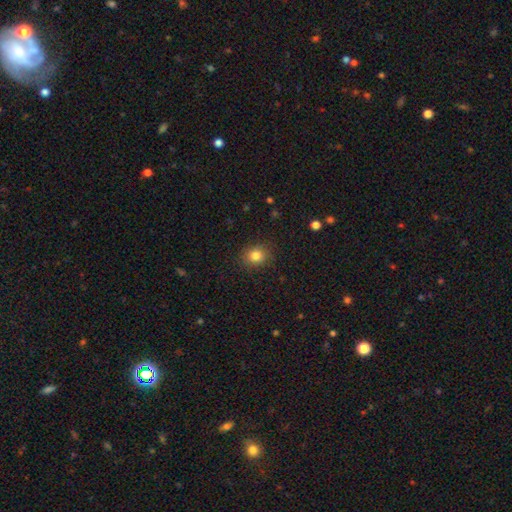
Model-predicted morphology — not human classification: This appears to be a smooth galaxy with no disk features (83%) that is round (68%). Merging: none (86%).